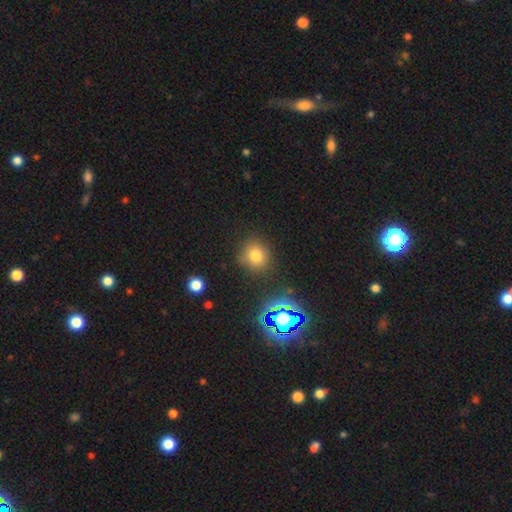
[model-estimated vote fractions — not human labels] smooth-or-featured: smooth: 73% | star or artifact: 19% | featured or disk: 8%
  how-rounded: round: 83% | in between: 16% | cigar-shaped: 1%
  merging: none: 82% | minor disturbance: 12% | major disturbance: 4% | merger: 3%